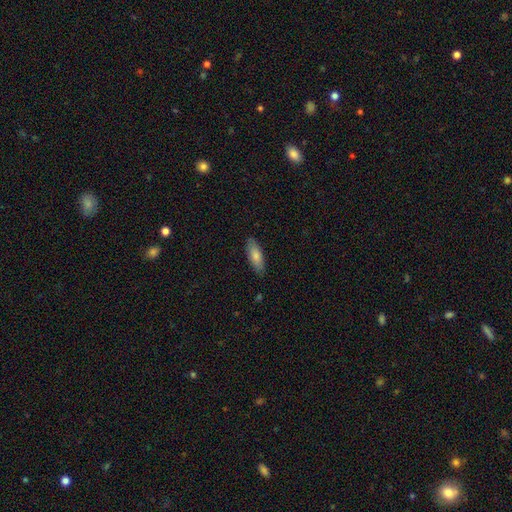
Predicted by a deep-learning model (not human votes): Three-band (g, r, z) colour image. It shows a smooth galaxy with no disk features (79%) that is in between round and cigar-shaped (68%). Merging: none (85%).